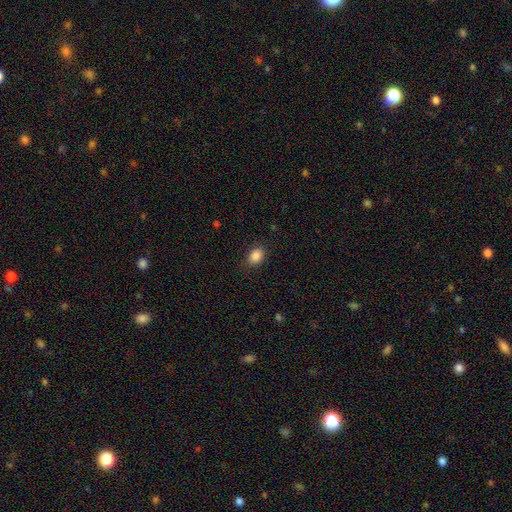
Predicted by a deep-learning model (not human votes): This is clearly a smooth galaxy (87%). How rounded: likely in between (71%). Merging: clearly none (87%).